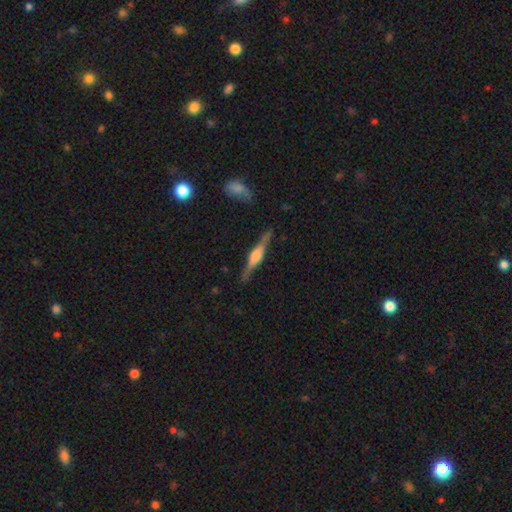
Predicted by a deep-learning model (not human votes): featured or disk 79%, smooth 16%, star or artifact 6%. Down the decision tree: edge-on disk — yes (98%); edge-on bulge — rounded (72%); merging — none (88%).